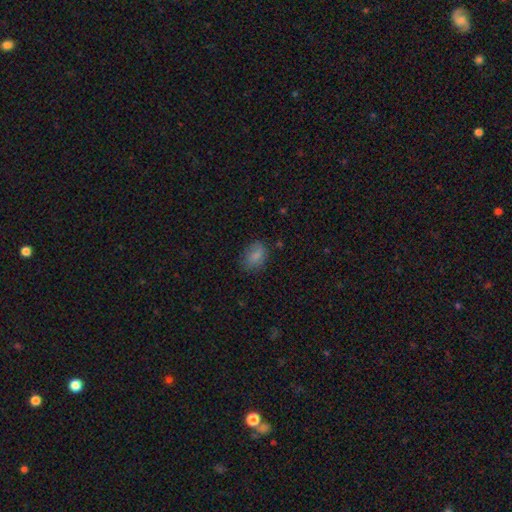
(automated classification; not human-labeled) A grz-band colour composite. It shows a smooth galaxy with no disk features (81%) that is in between round and cigar-shaped (77%). Merging: none (73%).